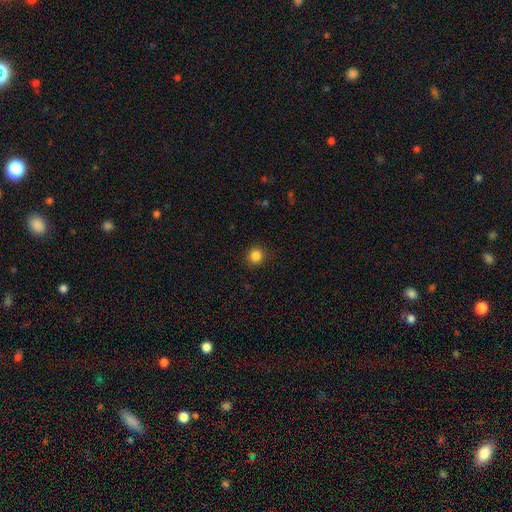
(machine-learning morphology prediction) Smooth or featured?
  - smooth: 85% *
  - star or artifact: 11%
  - featured or disk: 3%
How rounded?
  - round: 90% *
  - in between: 9%
  - cigar-shaped: 1%
Merging?
  - none: 90% *
  - minor disturbance: 7%
  - major disturbance: 2%
  - merger: 1%